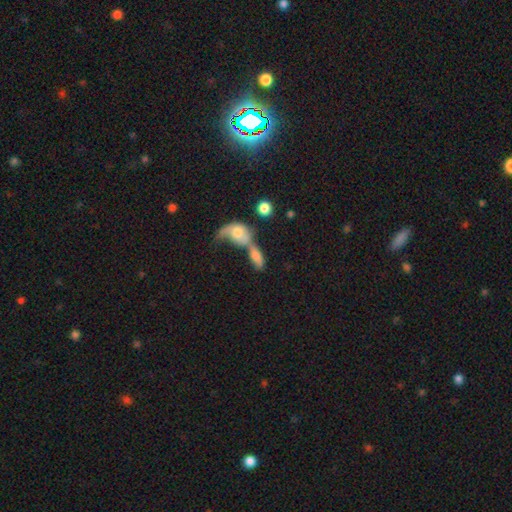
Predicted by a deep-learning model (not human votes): This is likely a smooth galaxy (65%). How rounded: likely in between (75%). Merging: likely merger (64%).